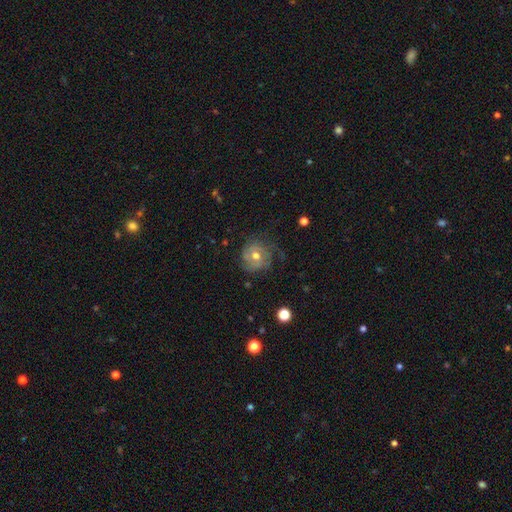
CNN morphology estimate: featured or disk 54%, smooth 37%, star or artifact 9%. Down the decision tree: edge-on disk — no (97%); bar — no (70%); spiral arms — yes (74%); bulge size — moderate (78%); merging — none (63%).